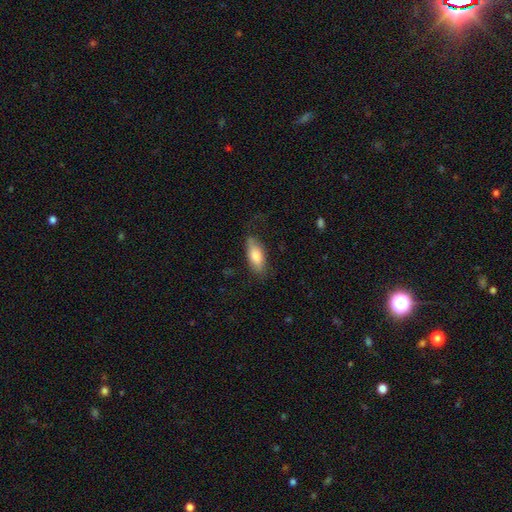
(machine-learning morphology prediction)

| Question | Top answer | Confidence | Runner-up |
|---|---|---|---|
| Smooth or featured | smooth | 79% | featured or disk (15%) |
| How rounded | in between | 79% | cigar-shaped (19%) |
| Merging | none | 73% | minor disturbance (20%) |